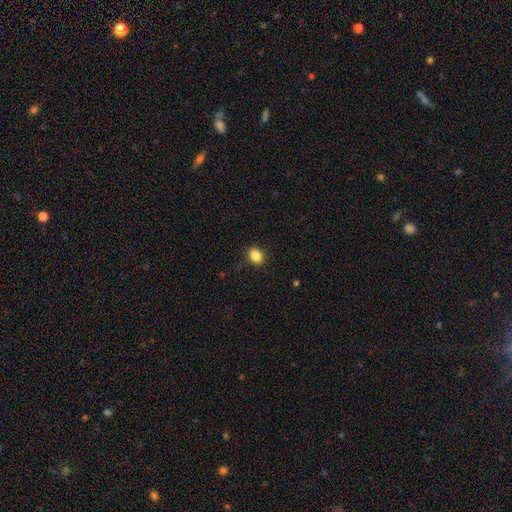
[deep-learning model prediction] smooth_or_featured: smooth (p=0.86) [alt: star or artifact p=0.10]
how_rounded: round (p=0.50) [alt: in between p=0.49]
merging: none (p=0.87) [alt: minor disturbance p=0.09]